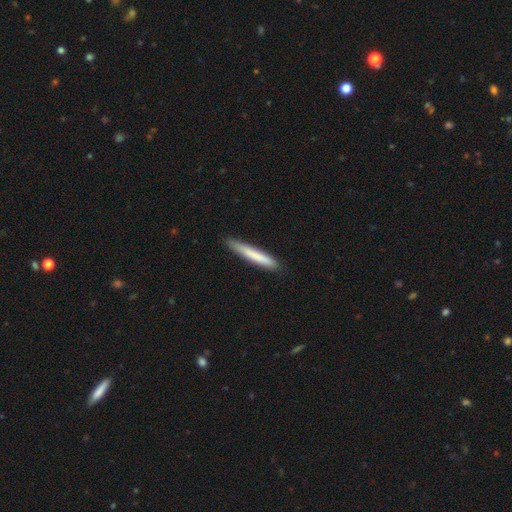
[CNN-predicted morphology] type=smooth (77%); roundness=cigar-shaped (95%); merging=none (86%).